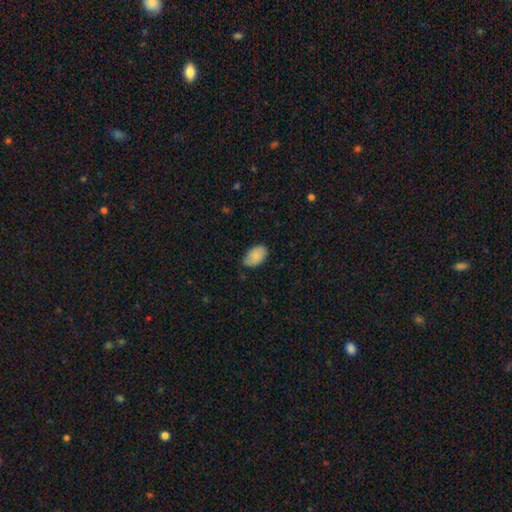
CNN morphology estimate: This appears to be a smooth galaxy with no disk features (86%) that is in between round and cigar-shaped (93%). Merging: none (72%).